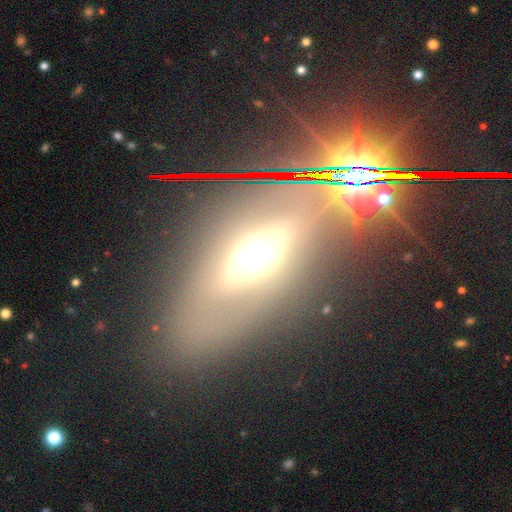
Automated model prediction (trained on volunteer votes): The model was most divided on "edge-on disk": yes: 53%, no: 47%. More confident: merging — none (76%); smooth or featured — featured or disk (50%).